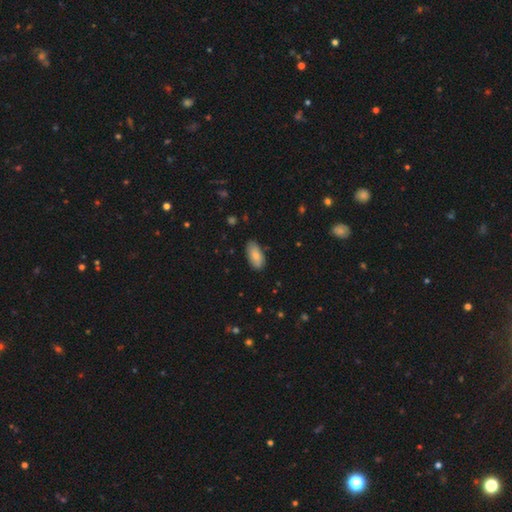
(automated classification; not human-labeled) smooth 80%, featured or disk 13%, star or artifact 6%. Down the decision tree: how rounded — in between (92%); merging — none (83%).